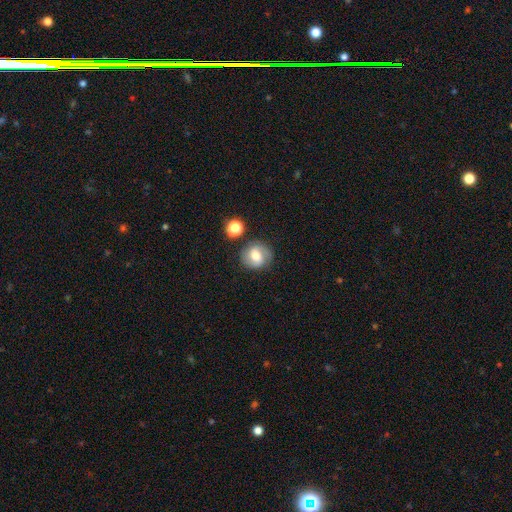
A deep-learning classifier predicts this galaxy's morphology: Q: Smooth or featured?
A: featured or disk (49%); runner-up: smooth (41%)
Q: Merging?
A: none (78%); runner-up: minor disturbance (12%)